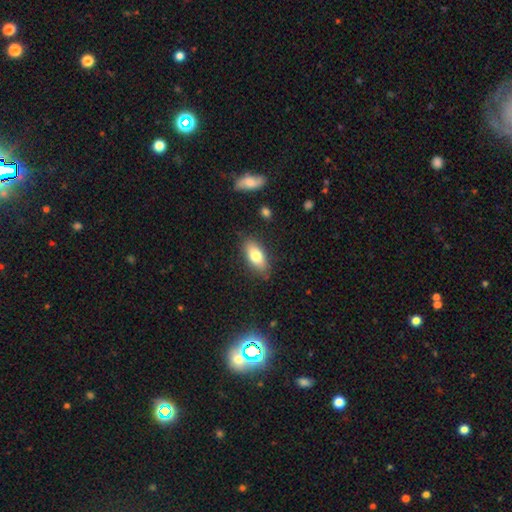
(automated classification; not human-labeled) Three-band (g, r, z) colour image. It shows a smooth galaxy with no disk features (76%) that is in between round and cigar-shaped (85%). Merging: none (83%).